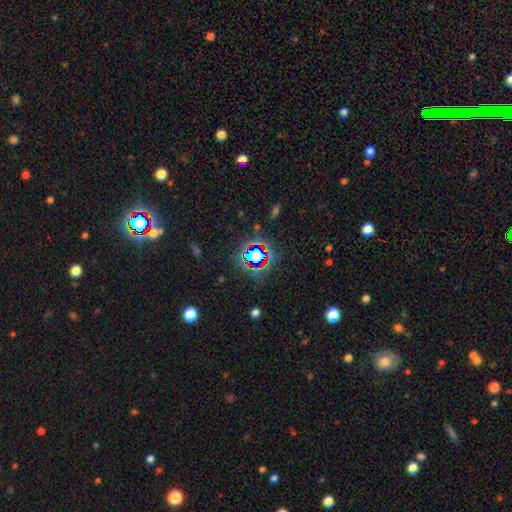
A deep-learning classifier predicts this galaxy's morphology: Smooth or featured? star or artifact (64%)